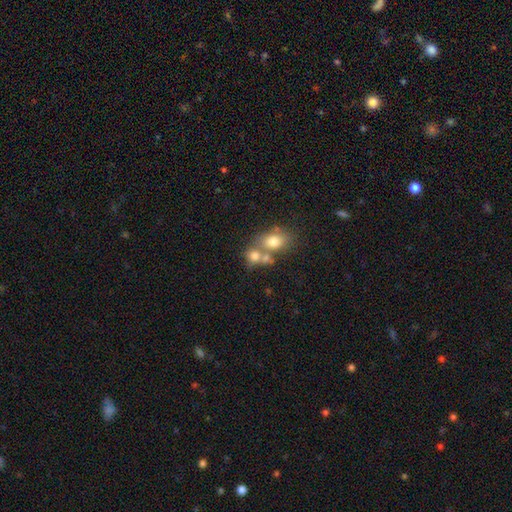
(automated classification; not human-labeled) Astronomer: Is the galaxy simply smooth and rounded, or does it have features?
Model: smooth — 70%.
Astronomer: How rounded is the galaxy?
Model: in between — 50% (runner-up: round, 49%).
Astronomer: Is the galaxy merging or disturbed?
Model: merger — 52% (runner-up: none, 34%).